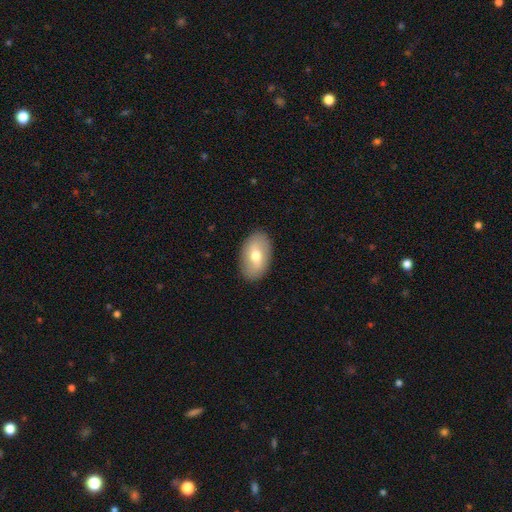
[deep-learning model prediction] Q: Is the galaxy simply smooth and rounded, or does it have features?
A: smooth — 63%.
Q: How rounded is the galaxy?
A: in between — 91%.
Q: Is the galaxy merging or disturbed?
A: none — 88%.